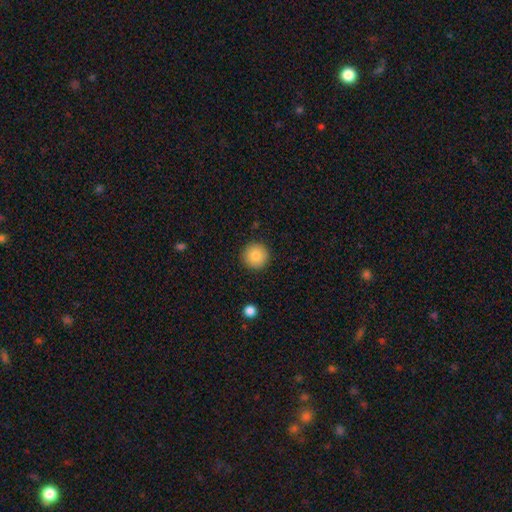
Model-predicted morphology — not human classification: smooth 84%, star or artifact 9%, featured or disk 7%. Down the decision tree: how rounded — round (96%); merging — none (92%).